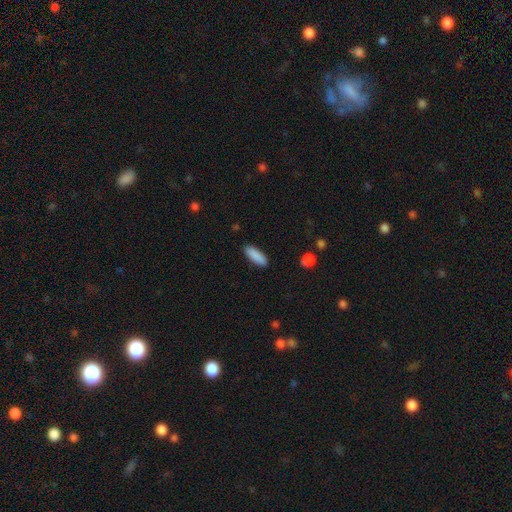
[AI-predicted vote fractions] A smooth galaxy with no disk features (90%) that is in between round and cigar-shaped (57%). Merging: none (90%).